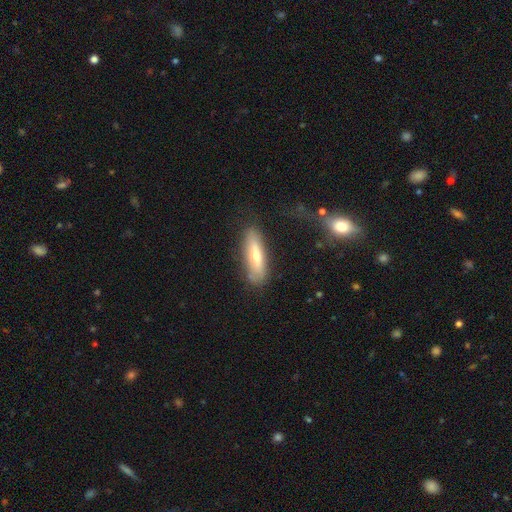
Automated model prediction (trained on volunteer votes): Morphology: type=smooth (53%); roundness=cigar-shaped (62%); merging=none (73%).